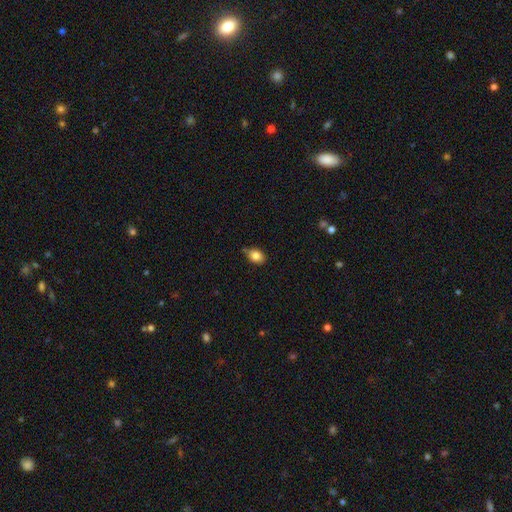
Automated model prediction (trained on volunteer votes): smooth 84%, star or artifact 9%, featured or disk 7%. Down the decision tree: how rounded — in between (68%); merging — none (71%).